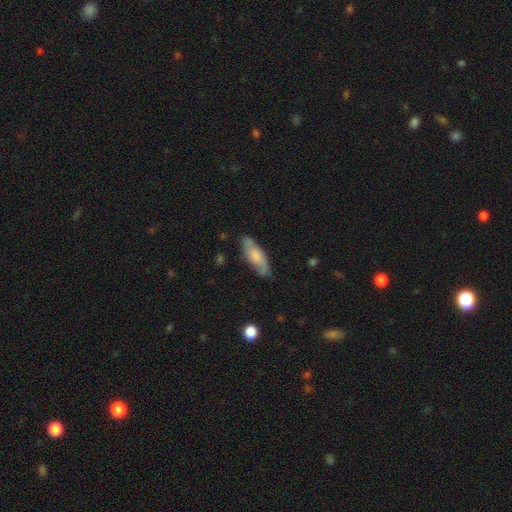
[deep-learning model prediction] Smooth or featured? smooth (56%)
How rounded? in between (64%)
Merging? none (77%)